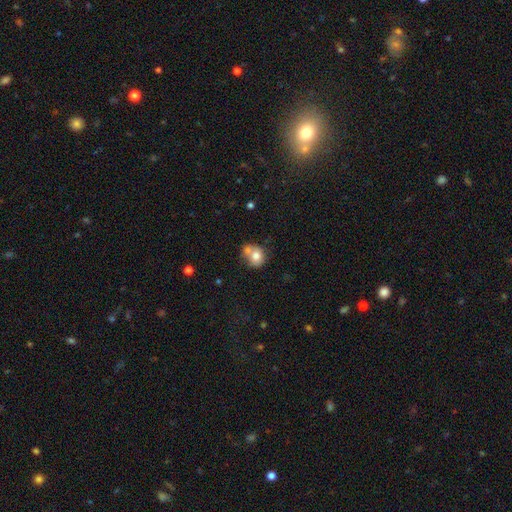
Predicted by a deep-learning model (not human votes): A smooth galaxy with no disk features (74%) that is round (69%). Merging: merger (47%).